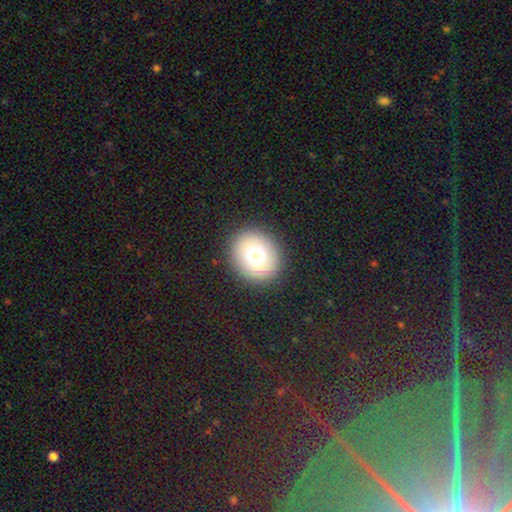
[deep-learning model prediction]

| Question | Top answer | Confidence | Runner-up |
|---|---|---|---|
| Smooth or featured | smooth | 70% | star or artifact (16%) |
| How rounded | round | 79% | in between (20%) |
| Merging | none | 89% | minor disturbance (6%) |